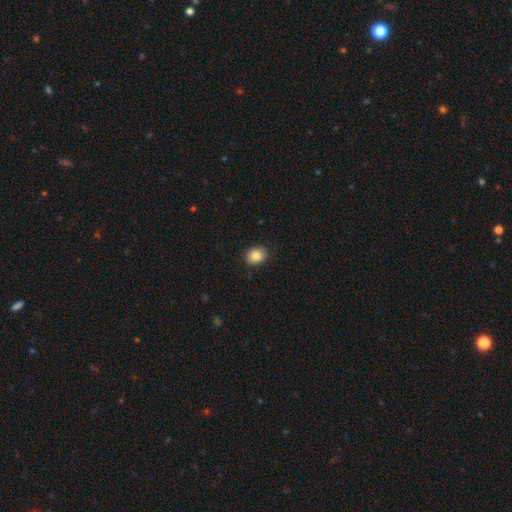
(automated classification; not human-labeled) smooth-or-featured: smooth: 85% | star or artifact: 8% | featured or disk: 6%
  how-rounded: in between: 56% | round: 43% | cigar-shaped: 1%
  merging: none: 87% | minor disturbance: 10% | major disturbance: 2% | merger: 1%